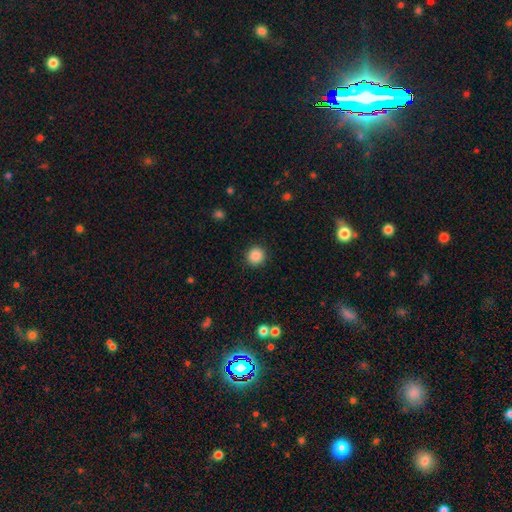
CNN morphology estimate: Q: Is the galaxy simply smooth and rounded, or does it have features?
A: smooth — 87%.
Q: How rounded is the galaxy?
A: round — 94%.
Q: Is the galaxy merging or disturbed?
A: none — 92%.